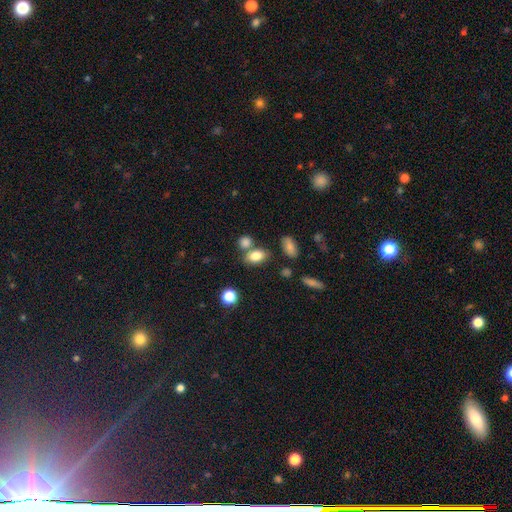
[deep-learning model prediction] smooth 81%, star or artifact 10%, featured or disk 9%. Down the decision tree: how rounded — in between (82%); merging — none (59%).